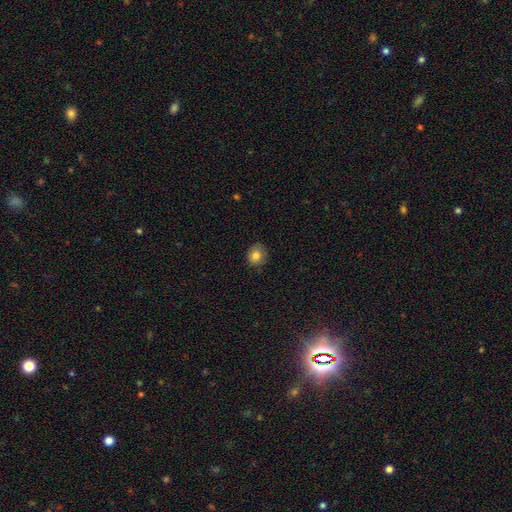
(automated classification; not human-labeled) This is clearly a smooth galaxy (83%). How rounded: likely round (73%). Merging: likely none (79%).